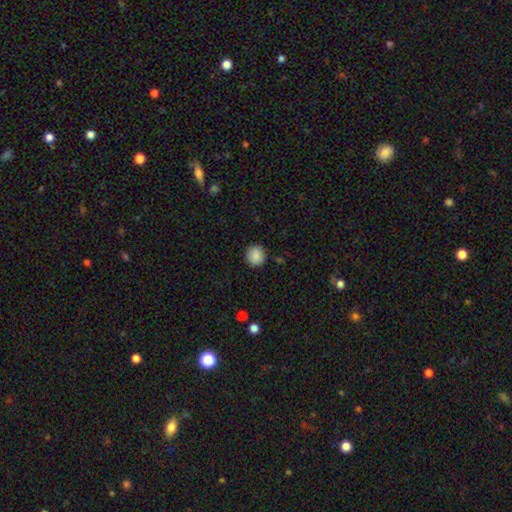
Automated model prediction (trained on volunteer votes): smooth_or_featured: smooth (p=0.88) [alt: star or artifact p=0.08]
how_rounded: round (p=0.91) [alt: in between p=0.08]
merging: none (p=0.90) [alt: minor disturbance p=0.07]